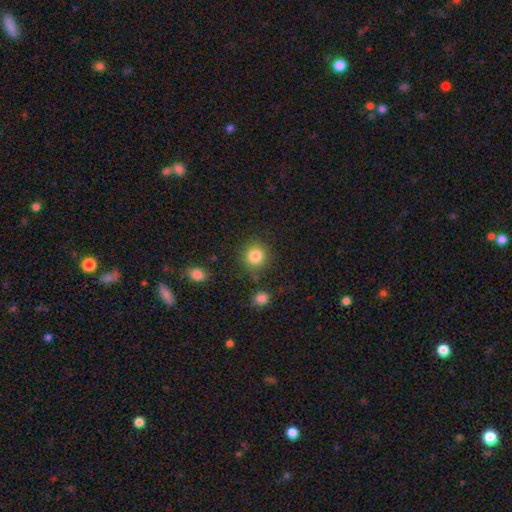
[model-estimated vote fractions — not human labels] A smooth galaxy with no disk features (84%) that is round (90%).

Vote fractions:
- Smooth or featured? smooth: 84% / star or artifact: 10% / featured or disk: 6%
- How rounded? round: 90% / in between: 9% / cigar-shaped: 1%
- Merging? none: 85% / minor disturbance: 8% / merger: 4% / major disturbance: 3%